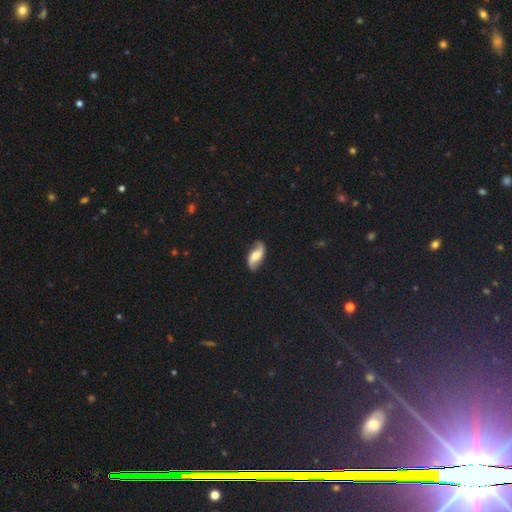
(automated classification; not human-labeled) featured or disk 71%, smooth 22%, star or artifact 6%. Down the decision tree: edge-on disk — no (94%); bar — no (41%); spiral arms — yes (94%); spiral arm count — 2 (93%); spiral winding — loose (66%); bulge size — moderate (44%); merging — none (84%).